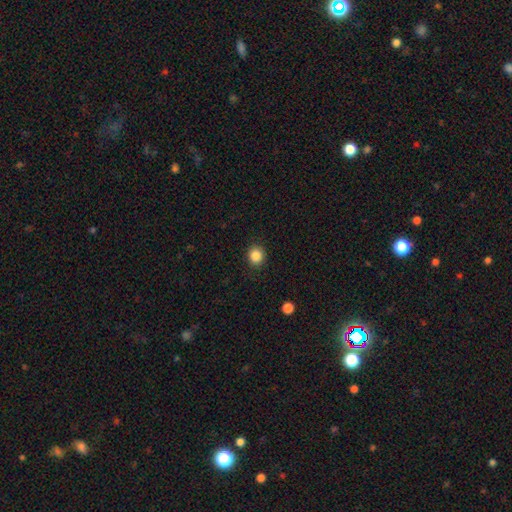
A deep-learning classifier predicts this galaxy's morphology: Overall: smooth (86%). How rounded: round (82%). Merging: none (90%).